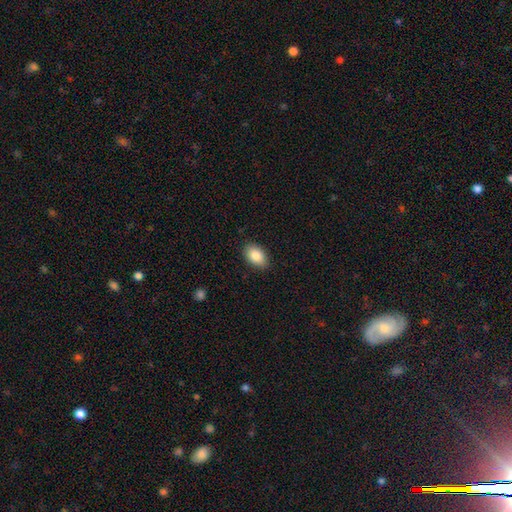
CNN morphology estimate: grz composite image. It shows a smooth galaxy with no disk features (87%) that is in between round and cigar-shaped (89%). Merging: none (87%).